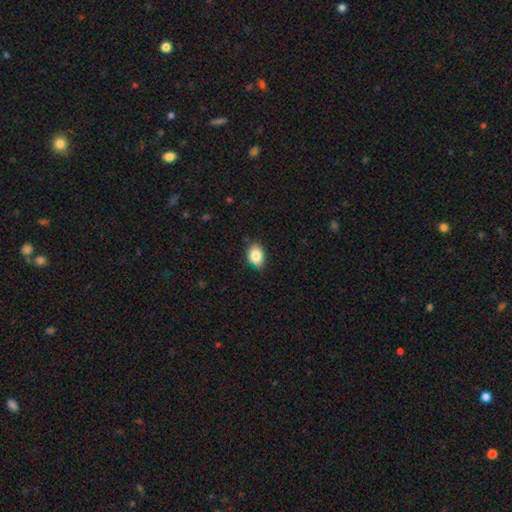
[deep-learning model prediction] Morphology: type=smooth (85%); roundness=in between (75%); merging=none (79%).